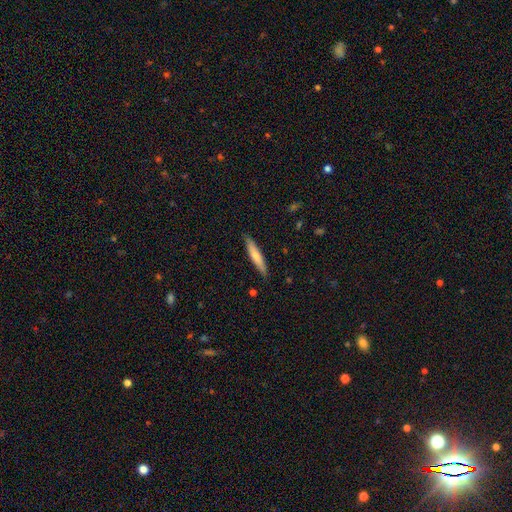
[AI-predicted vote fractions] smooth-or-featured: smooth: 64% | featured or disk: 30% | star or artifact: 6%
  how-rounded: cigar-shaped: 89% | in between: 10% | round: 1%
  merging: none: 87% | minor disturbance: 10% | major disturbance: 2% | merger: 1%